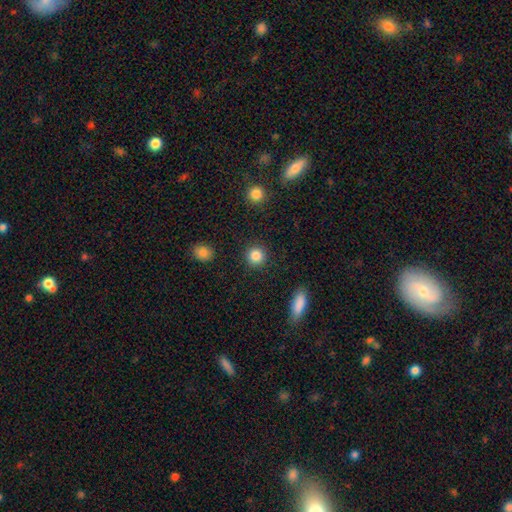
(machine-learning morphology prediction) Smooth or featured?
  - smooth: 86% *
  - star or artifact: 10%
  - featured or disk: 4%
How rounded?
  - round: 93% *
  - in between: 6%
  - cigar-shaped: 1%
Merging?
  - none: 91% *
  - minor disturbance: 5%
  - major disturbance: 2%
  - merger: 2%